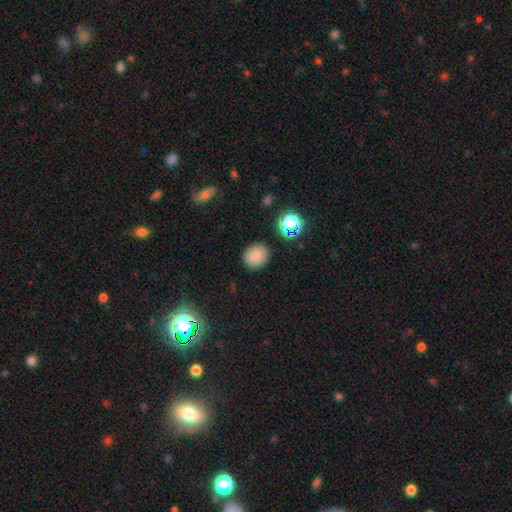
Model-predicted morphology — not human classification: smooth_or_featured: smooth (p=0.83) [alt: star or artifact p=0.12]
how_rounded: round (p=0.66) [alt: in between p=0.33]
merging: none (p=0.87) [alt: minor disturbance p=0.08]